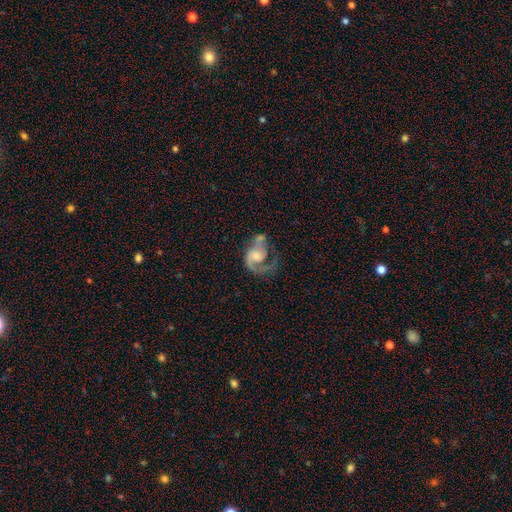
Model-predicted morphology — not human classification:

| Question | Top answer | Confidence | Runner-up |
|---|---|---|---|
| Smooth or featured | featured or disk | 81% | smooth (13%) |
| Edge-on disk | no | 98% | yes (2%) |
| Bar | no | 66% | weak (29%) |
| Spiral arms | yes | 92% | no (8%) |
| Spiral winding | medium | 45% | loose (34%) |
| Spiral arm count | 1 | 51% | 2 (41%) |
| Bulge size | moderate | 37% | small (25%) |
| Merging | major disturbance | 34% | tied: none (34%) |